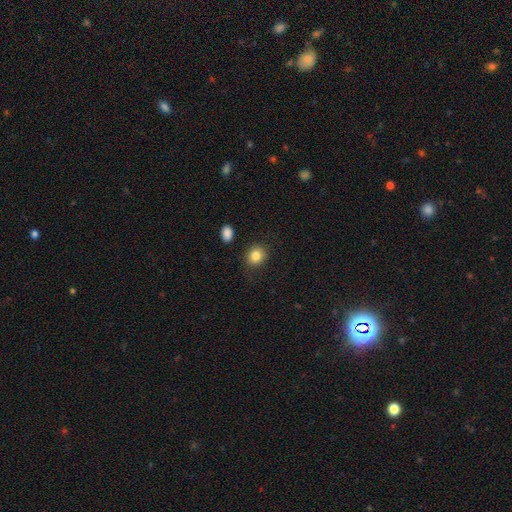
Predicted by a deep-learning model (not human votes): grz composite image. It shows a smooth galaxy with no disk features (85%) that is round (70%). Merging: none (83%).